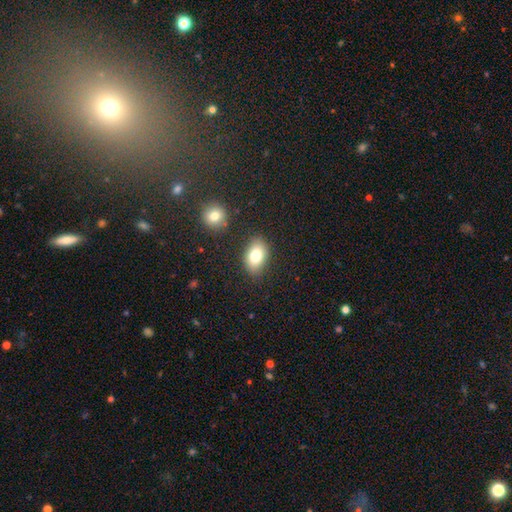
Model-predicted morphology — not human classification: This appears to be a smooth galaxy with no disk features (80%) that is in between round and cigar-shaped (85%). Merging: none (83%).